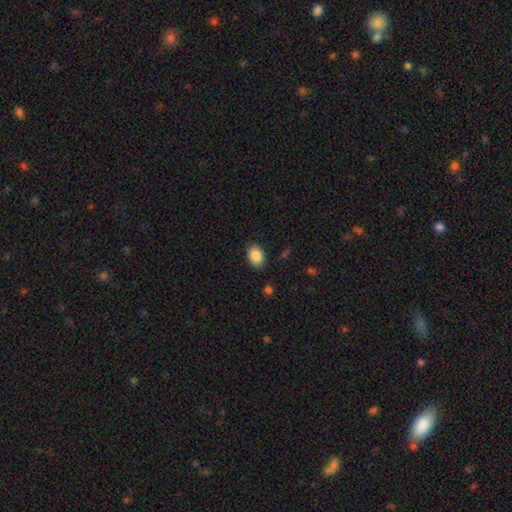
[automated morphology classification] This is clearly a smooth galaxy (87%). How rounded: likely in between (76%). Merging: clearly none (88%).